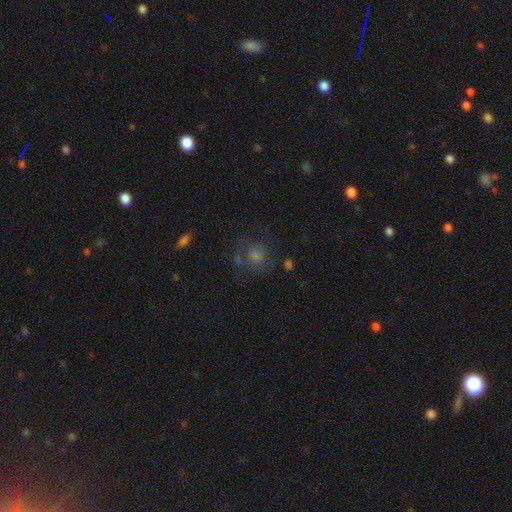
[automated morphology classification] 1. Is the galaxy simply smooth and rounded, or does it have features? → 46% smooth, 27% featured or disk, 27% star or artifact.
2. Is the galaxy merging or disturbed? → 58% none, 18% major disturbance, 17% minor disturbance, 7% merger.